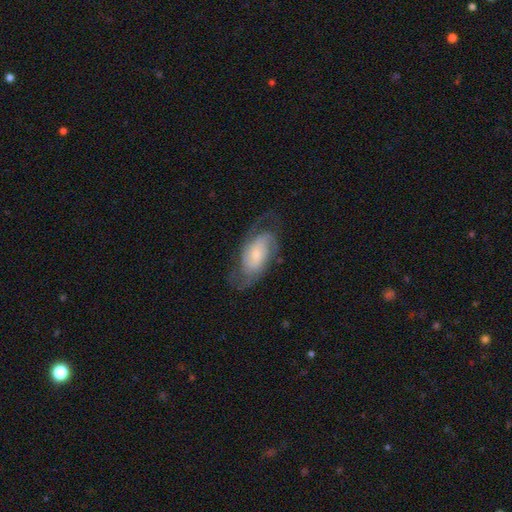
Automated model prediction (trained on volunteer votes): smooth-or-featured: featured or disk: 75% | smooth: 18% | star or artifact: 6%
  disk-edge-on: no: 95% | yes: 5%
    bar: no: 59% | weak: 32% | strong: 8%
    has-spiral-arms: yes: 93% | no: 7%
      spiral-winding: medium: 45% | tight: 35% | loose: 20%
      spiral-arm-count: 2: 58% | can't tell: 20% | 3: 11% | 1: 4% | 4: 3% | more than 4: 3%
    bulge-size: small: 63% | moderate: 26% | none: 5% | large: 5% | dominant: 2%
  merging: none: 63% | minor disturbance: 20% | major disturbance: 16% | merger: 1%